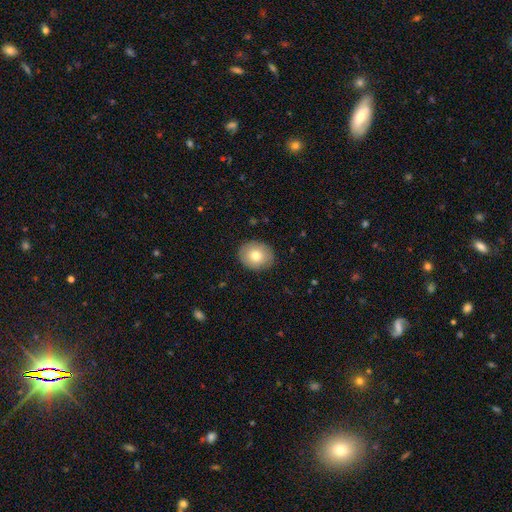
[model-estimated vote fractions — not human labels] A smooth galaxy with no disk features (76%) that is round (63%). Merging: none (88%).